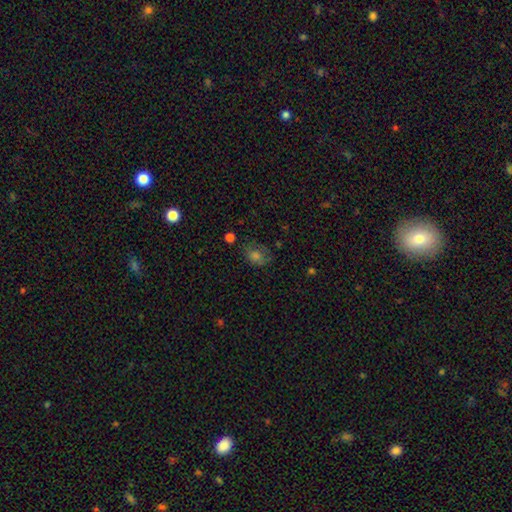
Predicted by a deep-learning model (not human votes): A smooth galaxy with no disk features (62%) that is in between round and cigar-shaped (54%).

Vote fractions:
- Smooth or featured? smooth: 62% / star or artifact: 21% / featured or disk: 17%
- How rounded? in between: 54% / round: 45% / cigar-shaped: 1%
- Merging? none: 63% / minor disturbance: 23% / major disturbance: 12% / merger: 3%